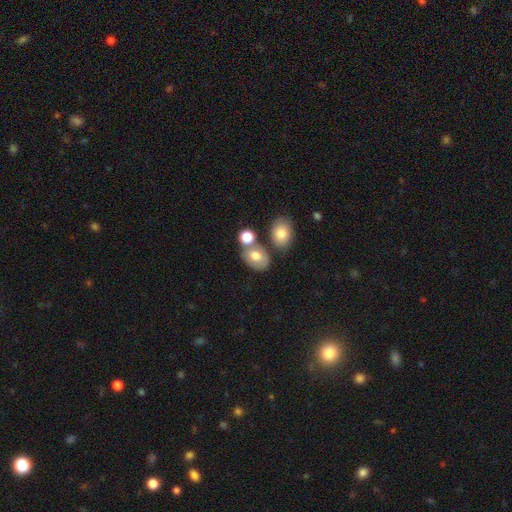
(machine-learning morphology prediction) Smooth or featured? Predicted: smooth (p=0.72). How rounded? Predicted: in between (p=0.74). Merging? Predicted: none (p=0.51).